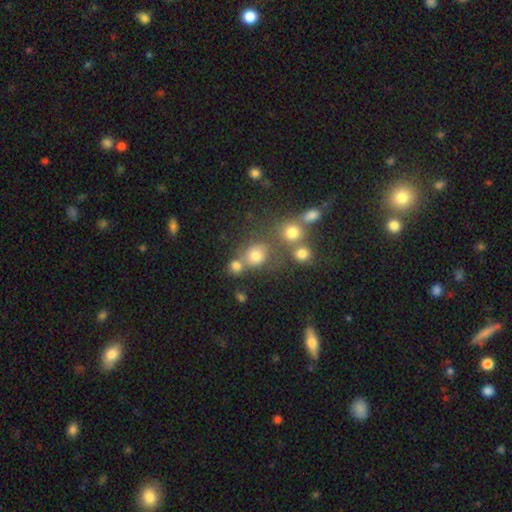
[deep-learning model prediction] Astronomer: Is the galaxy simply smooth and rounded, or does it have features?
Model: smooth — 73%.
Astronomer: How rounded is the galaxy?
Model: round — 79%.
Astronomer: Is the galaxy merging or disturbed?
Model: none — 56%.